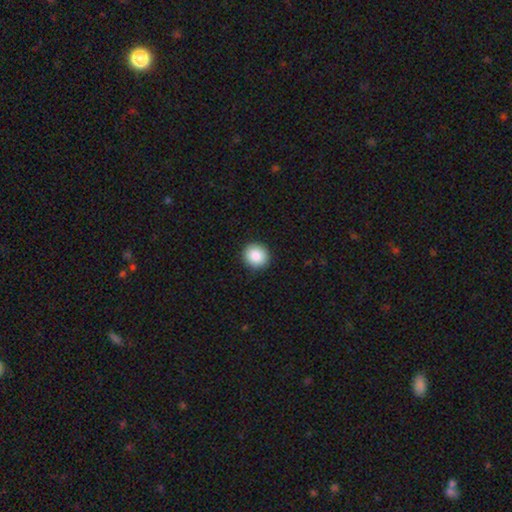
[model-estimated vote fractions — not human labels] smooth 87%, star or artifact 8%, featured or disk 4%. Down the decision tree: how rounded — round (90%); merging — none (91%).